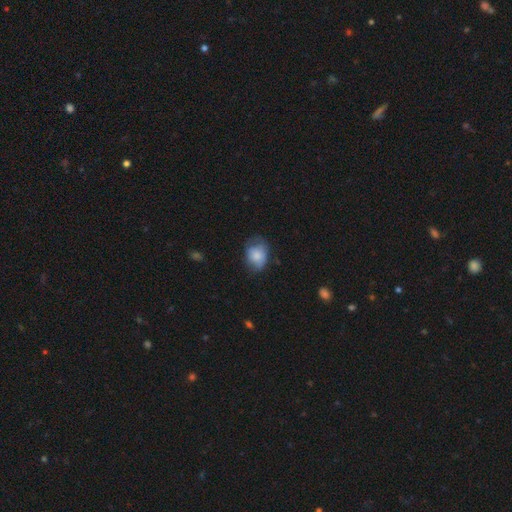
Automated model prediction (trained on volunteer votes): A smooth galaxy with no disk features (78%) that is in between round and cigar-shaped (58%).

Vote fractions:
- Smooth or featured? smooth: 78% / featured or disk: 15% / star or artifact: 8%
- How rounded? in between: 58% / round: 41% / cigar-shaped: 1%
- Merging? none: 51% / minor disturbance: 33% / major disturbance: 14% / merger: 2%